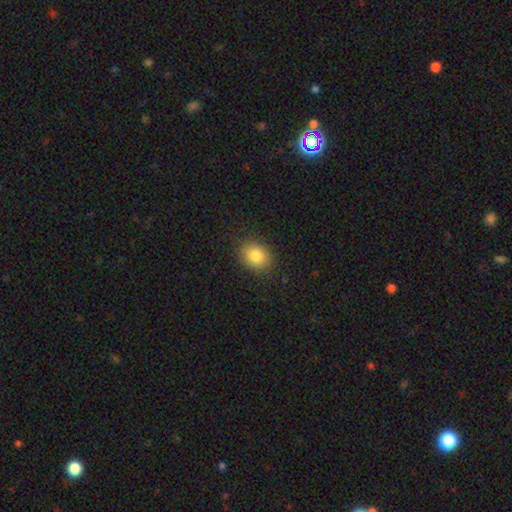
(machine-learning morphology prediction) Overall: smooth (84%). How rounded: in between (54%; round 45%). Merging: none (86%).